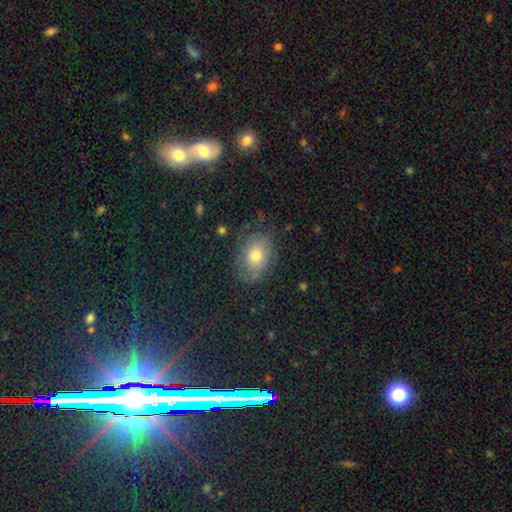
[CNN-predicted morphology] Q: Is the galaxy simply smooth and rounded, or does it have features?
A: smooth — 55%.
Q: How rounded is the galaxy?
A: in between — 70%.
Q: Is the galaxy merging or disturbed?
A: none — 66%.